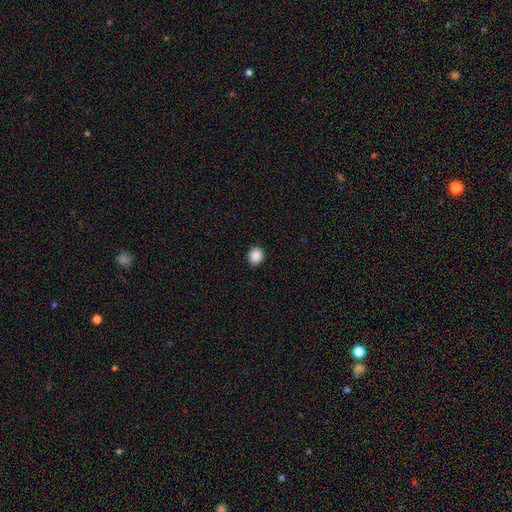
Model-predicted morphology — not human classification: smooth-or-featured: smooth: 88% | star or artifact: 9% | featured or disk: 3%
  how-rounded: round: 76% | in between: 23% | cigar-shaped: 1%
  merging: none: 91% | minor disturbance: 6% | major disturbance: 2% | merger: 1%